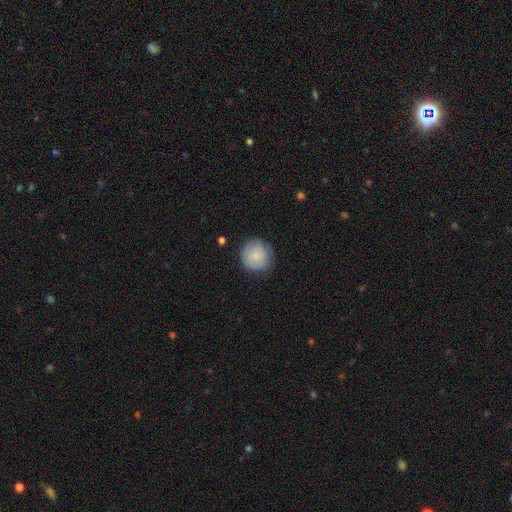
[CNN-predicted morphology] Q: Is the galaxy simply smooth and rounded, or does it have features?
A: smooth — 83%.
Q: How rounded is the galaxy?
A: round — 94%.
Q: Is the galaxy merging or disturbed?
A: none — 81%.